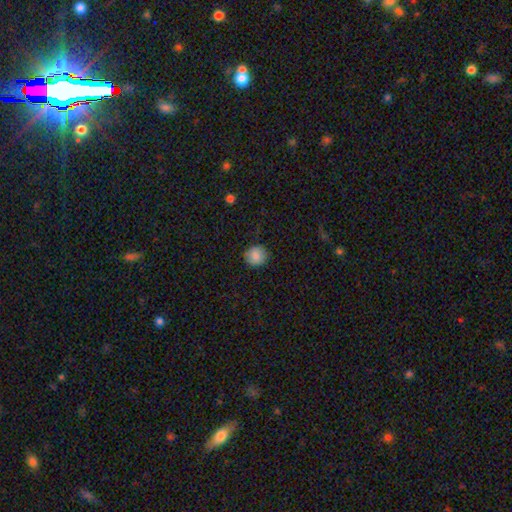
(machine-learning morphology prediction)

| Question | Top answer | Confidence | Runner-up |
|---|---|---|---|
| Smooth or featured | smooth | 87% | star or artifact (9%) |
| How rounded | round | 91% | in between (8%) |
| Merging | none | 88% | minor disturbance (9%) |